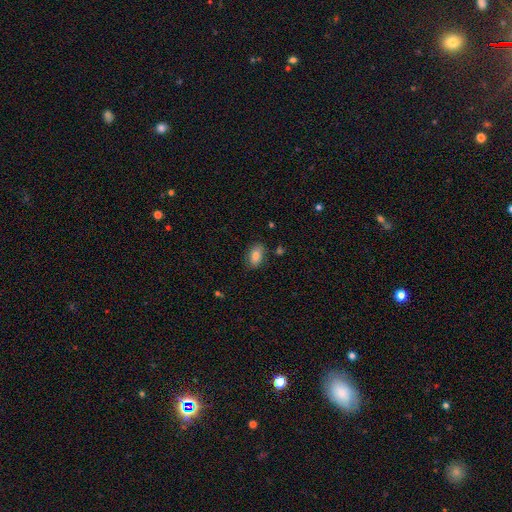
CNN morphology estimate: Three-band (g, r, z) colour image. It shows a smooth galaxy with no disk features (82%) that is in between round and cigar-shaped (90%). Merging: none (81%).